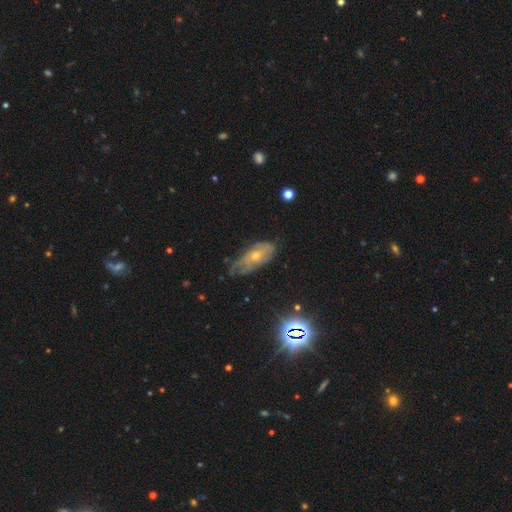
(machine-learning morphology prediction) Smooth or featured: featured or disk — 57% (smooth — 27%)
Edge-on disk: no — 84% (yes — 16%)
Merging: none — 51% (minor disturbance — 34%)